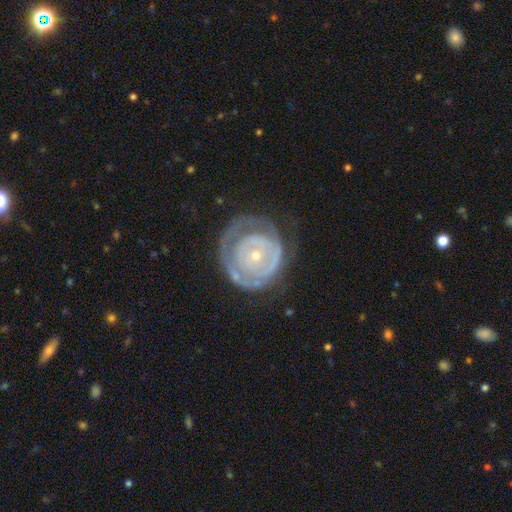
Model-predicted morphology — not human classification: Smooth or featured?
  - featured or disk: 73% *
  - smooth: 21%
  - star or artifact: 6%
Edge-on disk?
  - no: 97% *
  - yes: 3%
Bar?
  - no: 85% *
  - weak: 11%
  - strong: 3%
Spiral arms?
  - yes: 60% *
  - no: 40%
Bulge size?
  - small: 75% *
  - moderate: 21%
  - large: 1%
  - none: 1%
  - dominant: 1%
Merging?
  - none: 55% *
  - minor disturbance: 24%
  - major disturbance: 19%
  - merger: 2%